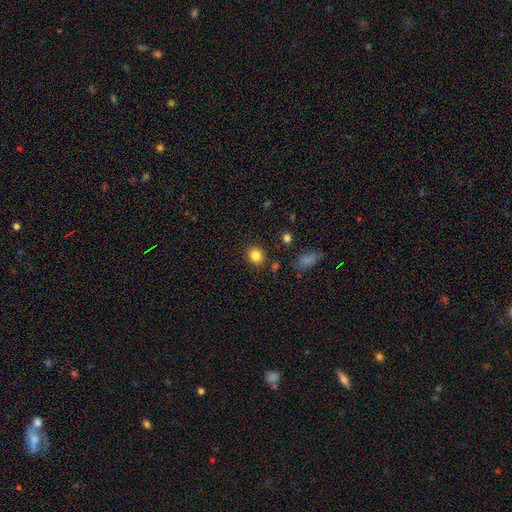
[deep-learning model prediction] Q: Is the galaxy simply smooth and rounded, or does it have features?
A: smooth — 84%.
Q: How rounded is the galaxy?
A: round — 71%.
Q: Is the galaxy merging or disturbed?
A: none — 86%.